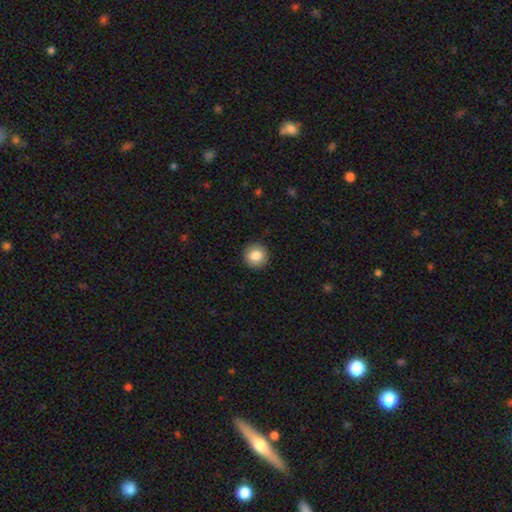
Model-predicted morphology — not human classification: A smooth galaxy with no disk features (85%) that is round (93%). Merging: none (92%).